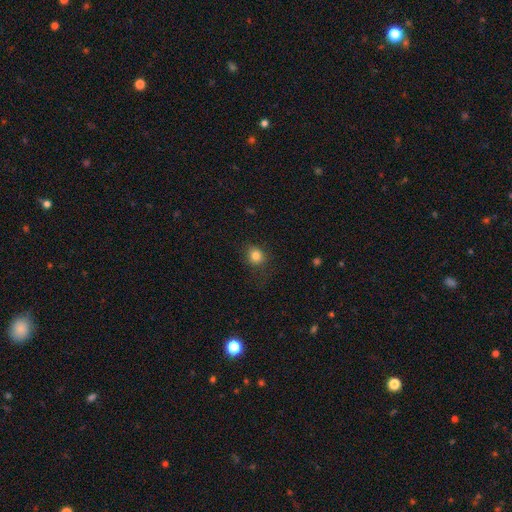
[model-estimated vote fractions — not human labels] Smooth or featured? Predicted: smooth (p=0.83). How rounded? Predicted: round (p=0.79). Merging? Predicted: none (p=0.79).